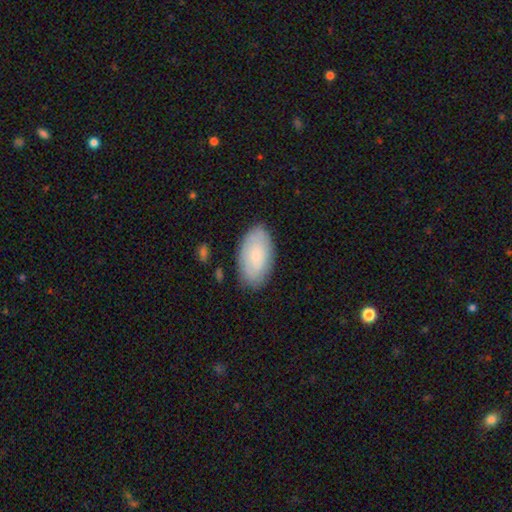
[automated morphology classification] Smooth or featured? smooth (70%)
How rounded? in between (95%)
Merging? none (82%)